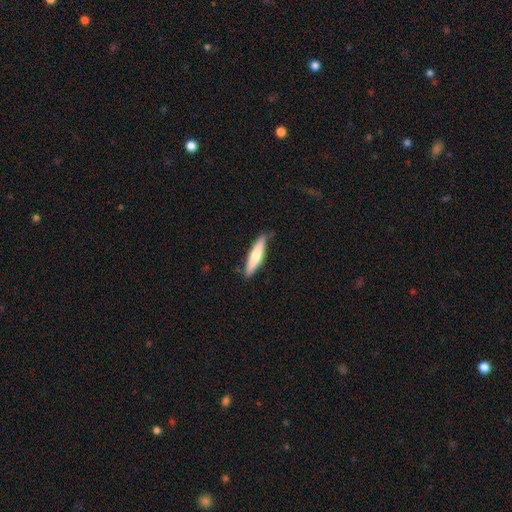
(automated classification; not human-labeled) smooth_or_featured: smooth (p=0.65) [alt: featured or disk p=0.30]
how_rounded: cigar-shaped (p=0.82) [alt: in between p=0.17]
merging: none (p=0.84) [alt: minor disturbance p=0.12]